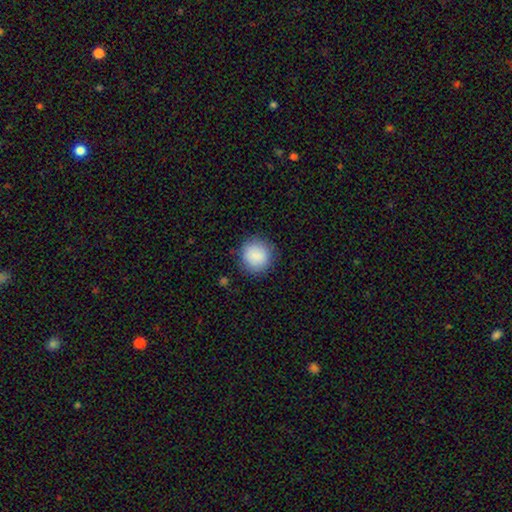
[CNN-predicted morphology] A smooth galaxy with no disk features (87%) that is round (91%).

Vote fractions:
- Smooth or featured? smooth: 87% / star or artifact: 8% / featured or disk: 5%
- How rounded? round: 91% / in between: 9% / cigar-shaped: 1%
- Merging? none: 85% / minor disturbance: 11% / major disturbance: 4% / merger: 1%